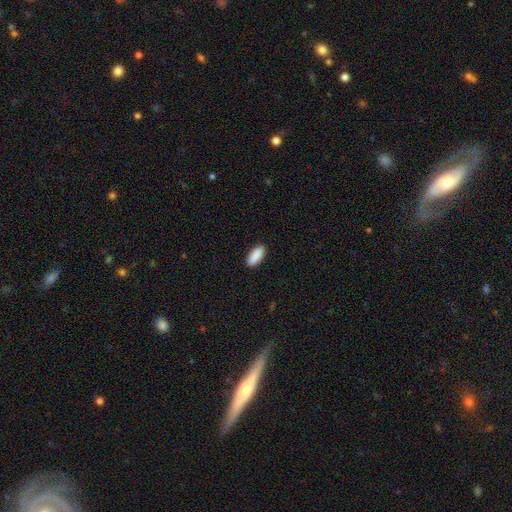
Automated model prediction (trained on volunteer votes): Q: Smooth or featured?
A: smooth (91%); runner-up: star or artifact (6%)
Q: How rounded?
A: in between (80%); runner-up: cigar-shaped (18%)
Q: Merging?
A: none (90%); runner-up: minor disturbance (7%)